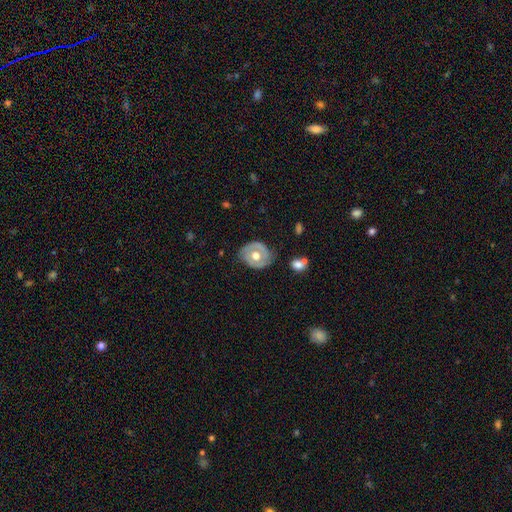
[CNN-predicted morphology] type=featured or disk (57%); edge-on=no (95%); bar=no (83%); spiral arms=no (64%); bulge=moderate (71%); merging=none (70%).